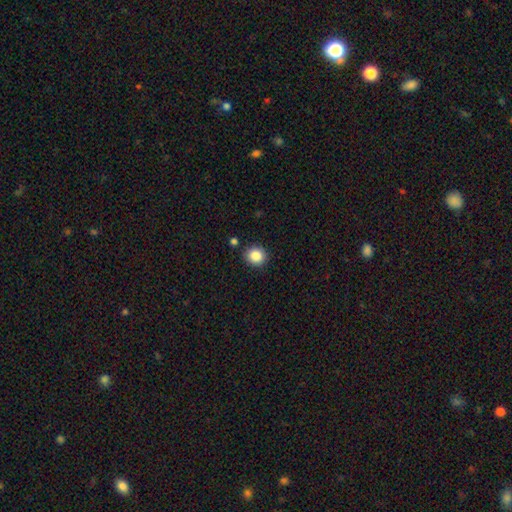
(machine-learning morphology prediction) type=smooth (87%); roundness=round (85%); merging=none (88%).